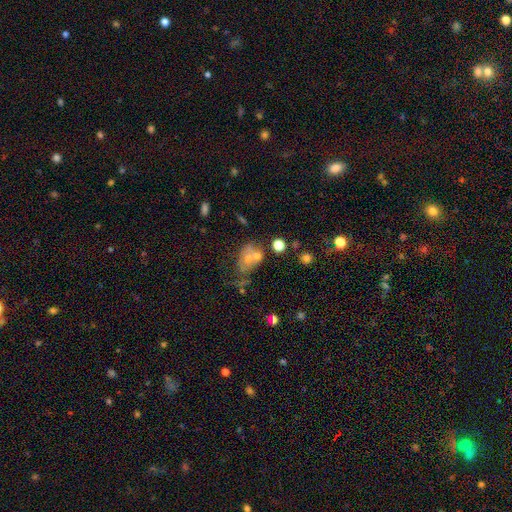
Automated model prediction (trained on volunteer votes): A smooth galaxy with no disk features (48%). Merging: merger (37%).